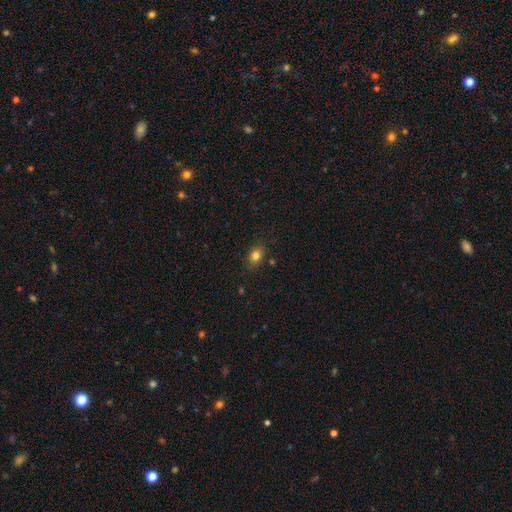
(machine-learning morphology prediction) A smooth galaxy with no disk features (81%) that is in between round and cigar-shaped (67%). Merging: none (82%).